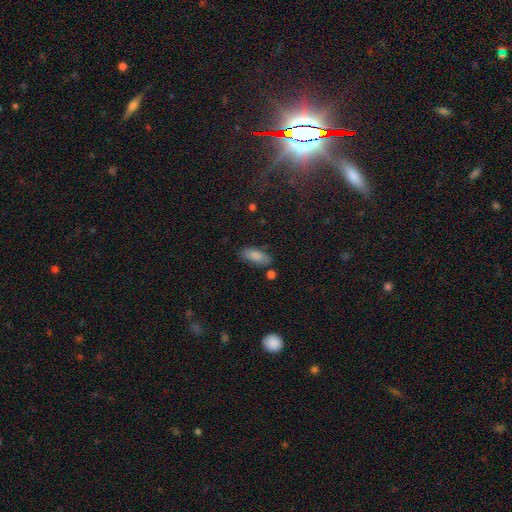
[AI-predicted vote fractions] This is clearly a smooth galaxy (84%). How rounded: clearly in between (85%). Merging: likely none (75%).